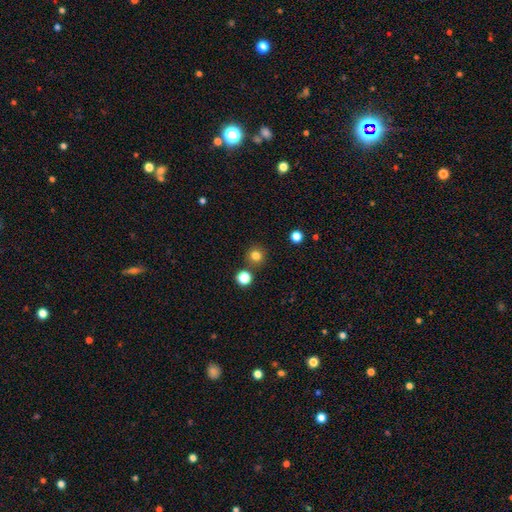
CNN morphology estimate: smooth 80%, star or artifact 14%, featured or disk 5%. Down the decision tree: how rounded — round (94%); merging — none (85%).